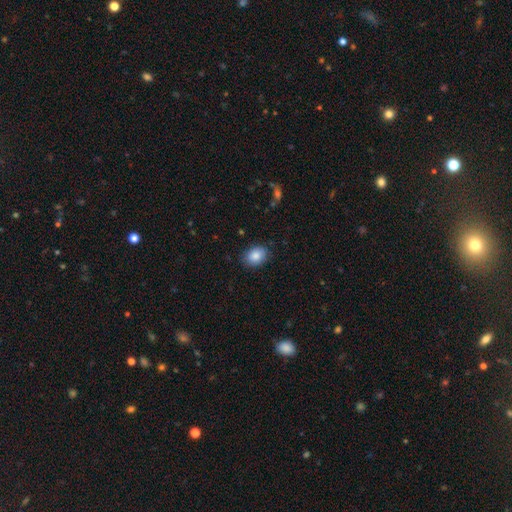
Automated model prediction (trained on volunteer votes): smooth 86%, star or artifact 8%, featured or disk 6%. Down the decision tree: how rounded — in between (73%); merging — none (84%).